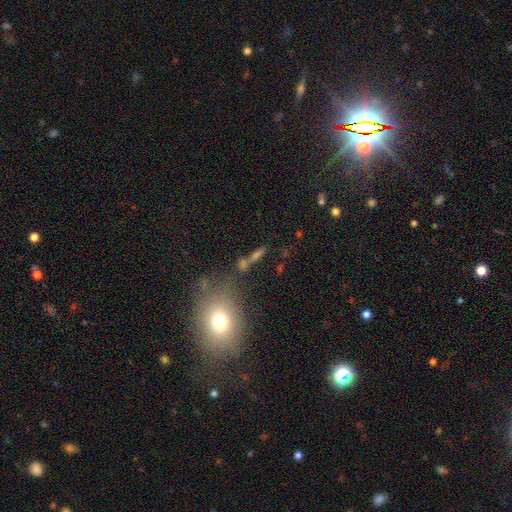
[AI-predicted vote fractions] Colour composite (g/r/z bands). It shows a smooth galaxy with no disk features (52%) that is cigar-shaped (51%). Merging: none (65%).